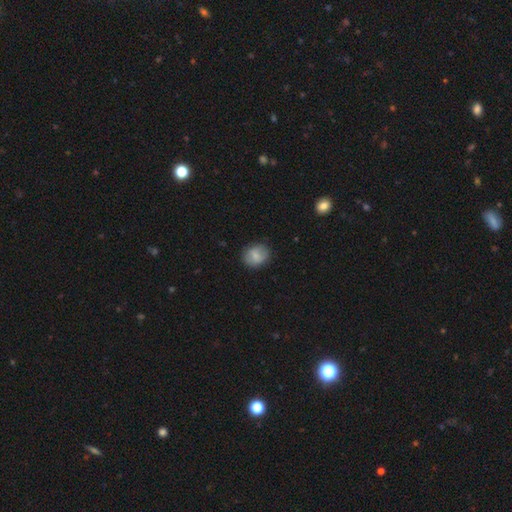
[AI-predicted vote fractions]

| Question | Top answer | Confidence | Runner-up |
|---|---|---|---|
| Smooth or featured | smooth | 74% | featured or disk (18%) |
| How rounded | round | 62% | in between (36%) |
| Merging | none | 83% | minor disturbance (12%) |